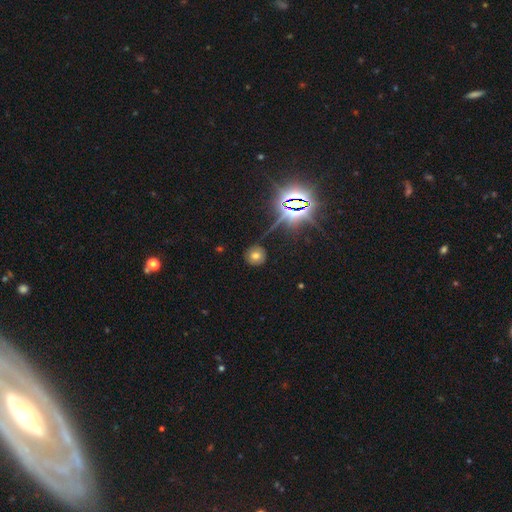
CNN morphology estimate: smooth_or_featured: smooth (p=0.60) [alt: star or artifact p=0.26]
how_rounded: round (p=0.89) [alt: in between p=0.10]
merging: none (p=0.85) [alt: minor disturbance p=0.10]